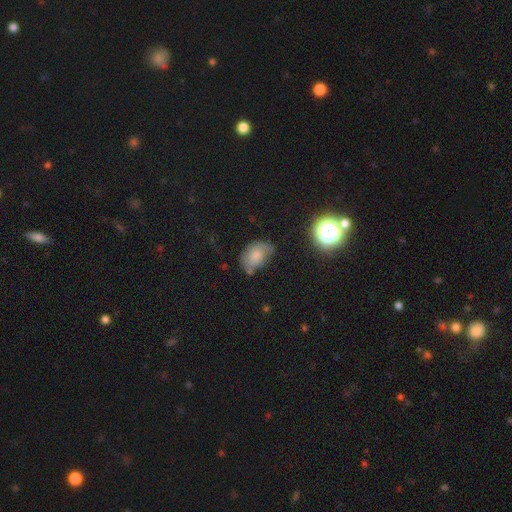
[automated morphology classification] A smooth galaxy with no disk features (66%) that is in between round and cigar-shaped (81%).

Vote fractions:
- Smooth or featured? smooth: 66% / featured or disk: 22% / star or artifact: 12%
- How rounded? in between: 81% / round: 18% / cigar-shaped: 1%
- Merging? none: 40% / minor disturbance: 37% / major disturbance: 16% / merger: 7%